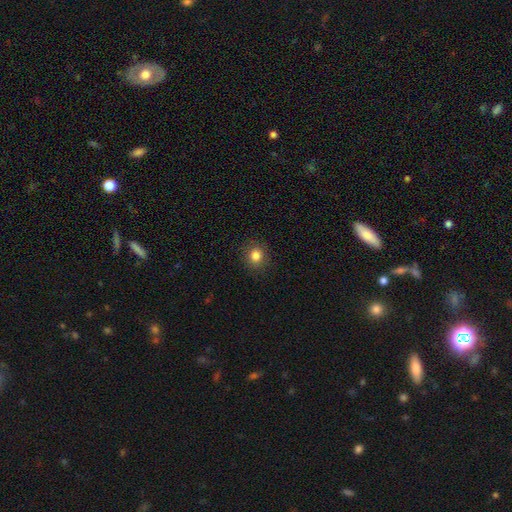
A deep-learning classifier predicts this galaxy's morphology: This is clearly a smooth galaxy (83%). How rounded: likely round (79%). Merging: clearly none (89%).